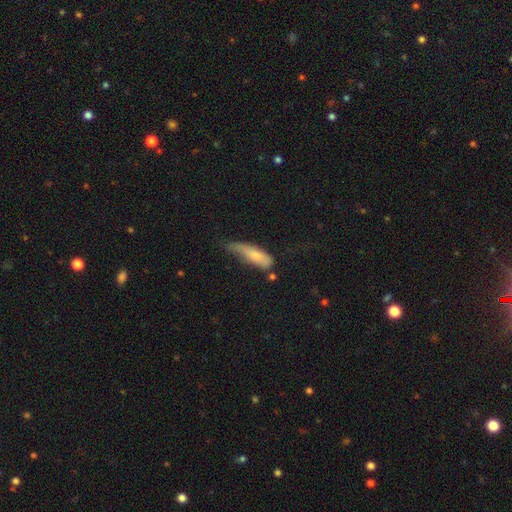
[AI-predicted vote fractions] A smooth galaxy with no disk features (71%) that is in between round and cigar-shaped (51%).

Vote fractions:
- Smooth or featured? smooth: 71% / featured or disk: 23% / star or artifact: 6%
- How rounded? in between: 51% / cigar-shaped: 46% / round: 2%
- Merging? minor disturbance: 41% / none: 26% / major disturbance: 26% / merger: 7%